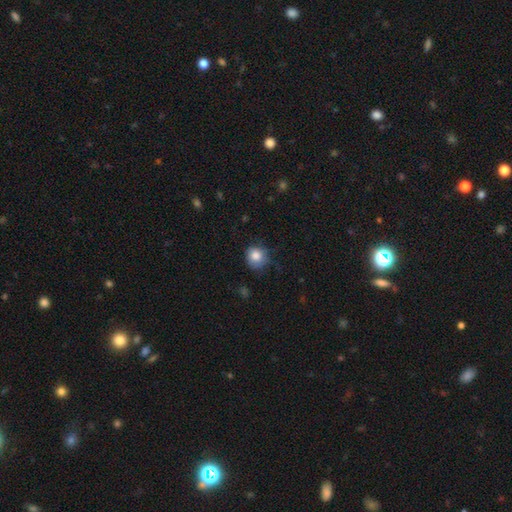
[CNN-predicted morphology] smooth-or-featured: smooth: 83% | star or artifact: 9% | featured or disk: 8%
  how-rounded: round: 87% | in between: 12% | cigar-shaped: 1%
  merging: none: 68% | minor disturbance: 24% | major disturbance: 7% | merger: 2%